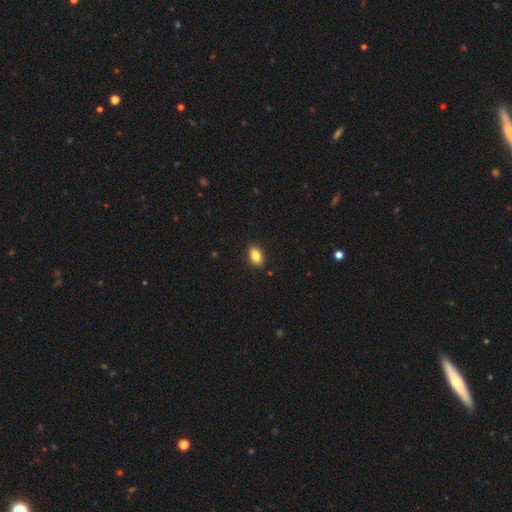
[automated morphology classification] Q: Smooth or featured?
A: smooth (85%); runner-up: star or artifact (8%)
Q: How rounded?
A: in between (89%); runner-up: round (9%)
Q: Merging?
A: none (90%); runner-up: minor disturbance (7%)